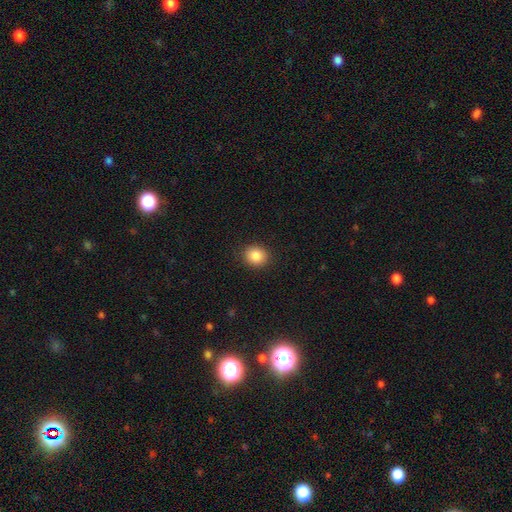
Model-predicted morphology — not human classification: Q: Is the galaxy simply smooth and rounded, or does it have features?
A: smooth — 86%.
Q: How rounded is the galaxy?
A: round — 75%.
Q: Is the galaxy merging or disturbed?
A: none — 90%.